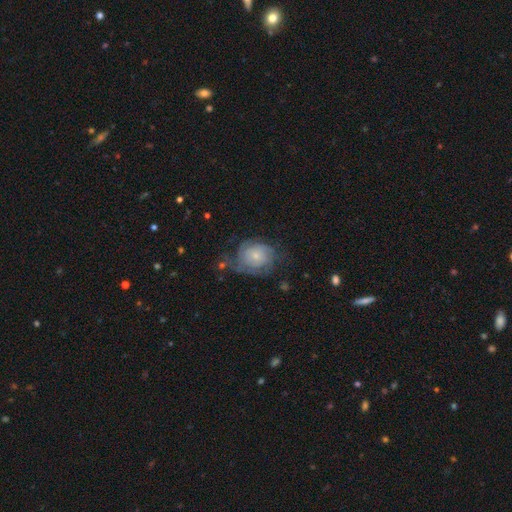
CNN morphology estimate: smooth_or_featured: featured or disk (p=0.64) [alt: smooth p=0.29]
disk_edge_on: no (p=0.97) [alt: yes p=0.03]
bar: no (p=0.79) [alt: weak p=0.18]
has_spiral_arms: yes (p=0.82) [alt: no p=0.18]
spiral_winding: tight (p=0.63) [alt: medium p=0.27]
spiral_arm_count: can't tell (p=0.48) [alt: 2 p=0.22]
bulge_size: small (p=0.67) [alt: moderate p=0.26]
merging: none (p=0.48) [alt: minor disturbance p=0.27]